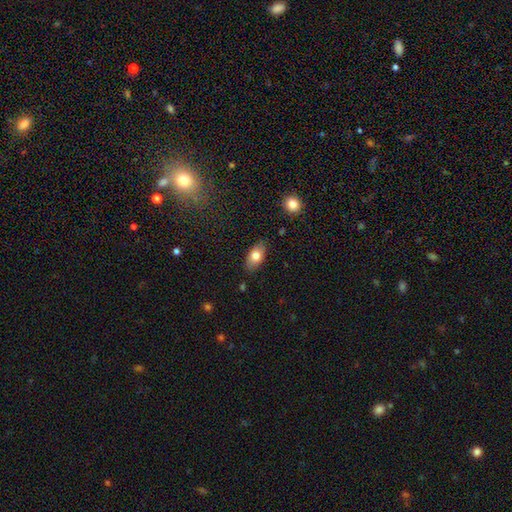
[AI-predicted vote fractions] A smooth galaxy with no disk features (78%) that is in between round and cigar-shaped (90%). Merging: none (83%).